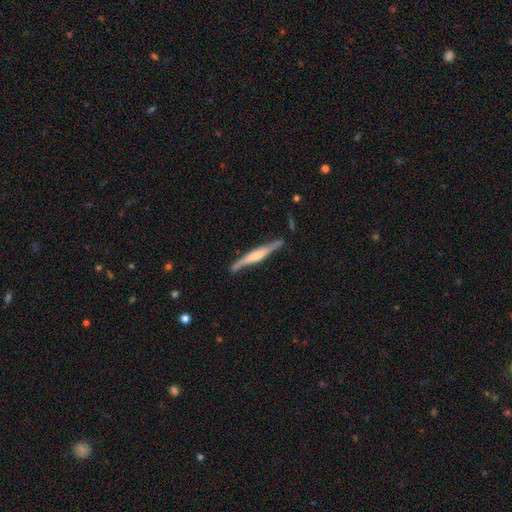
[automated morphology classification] type=featured or disk (74%); edge-on=yes (95%); edge-on bulge=rounded (59%); merging=none (79%).